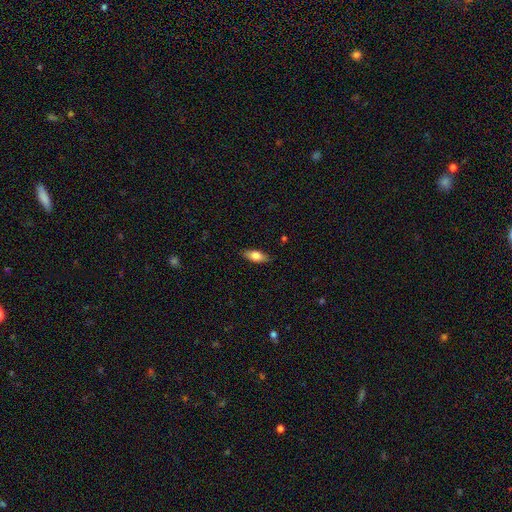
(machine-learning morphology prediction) Smooth or featured?
  - smooth: 75% *
  - featured or disk: 19%
  - star or artifact: 6%
How rounded?
  - in between: 77% *
  - cigar-shaped: 20%
  - round: 3%
Merging?
  - none: 86% *
  - minor disturbance: 10%
  - major disturbance: 2%
  - merger: 1%